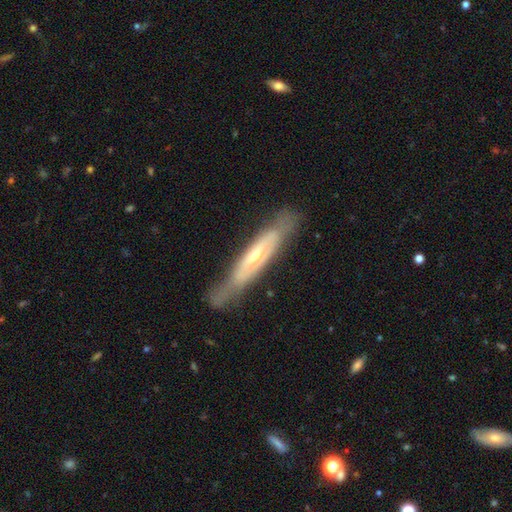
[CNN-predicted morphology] Overall: featured or disk (69%). Edge-on disk: yes (60%; no 40%). Merging: none (64%).